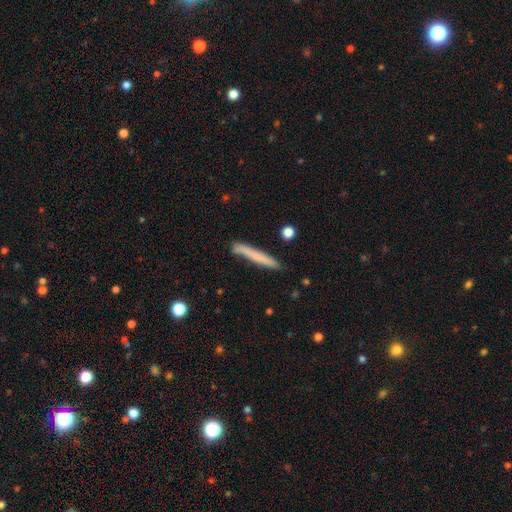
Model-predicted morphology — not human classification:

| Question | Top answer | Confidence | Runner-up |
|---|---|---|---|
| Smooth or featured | smooth | 66% | featured or disk (28%) |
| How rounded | cigar-shaped | 96% | in between (3%) |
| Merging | none | 83% | minor disturbance (13%) |